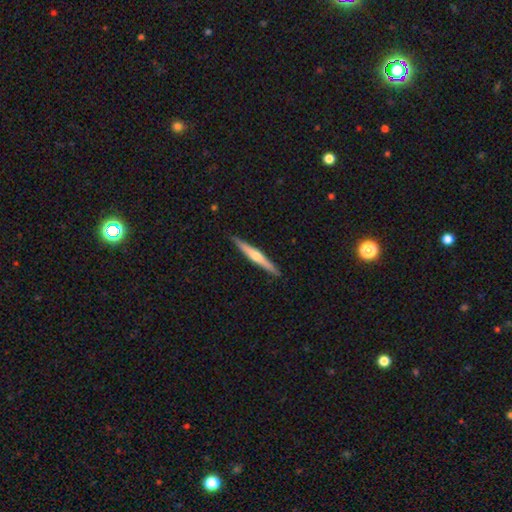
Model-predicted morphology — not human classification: smooth_or_featured: featured or disk (p=0.64) [alt: smooth p=0.31]
disk_edge_on: yes (p=0.98) [alt: no p=0.02]
edge_on_bulge: rounded (p=0.83) [alt: none p=0.13]
merging: none (p=0.91) [alt: minor disturbance p=0.07]